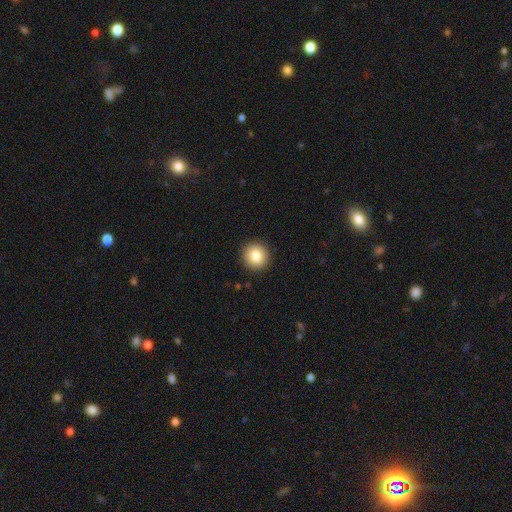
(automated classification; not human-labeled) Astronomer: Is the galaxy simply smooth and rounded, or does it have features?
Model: smooth — 83%.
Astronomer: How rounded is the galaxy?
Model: round — 92%.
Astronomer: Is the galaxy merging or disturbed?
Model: none — 92%.